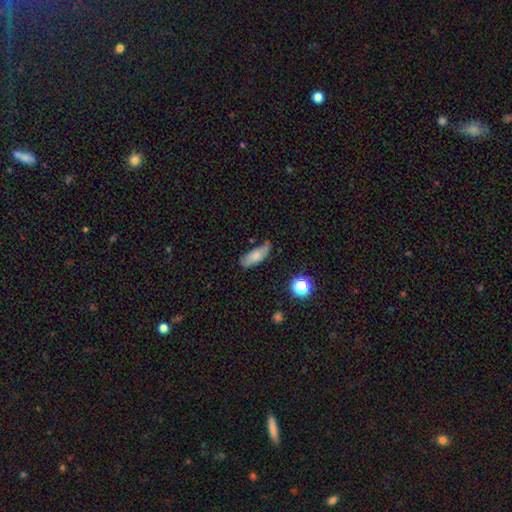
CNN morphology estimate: smooth-or-featured: smooth: 76% | featured or disk: 16% | star or artifact: 9%
  how-rounded: in between: 72% | cigar-shaped: 25% | round: 3%
  merging: none: 60% | minor disturbance: 30% | major disturbance: 7% | merger: 3%